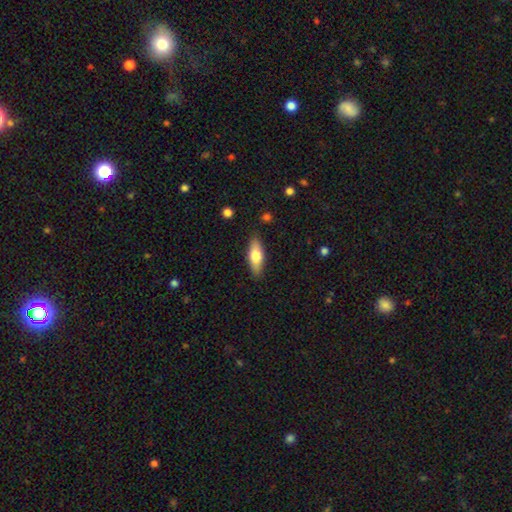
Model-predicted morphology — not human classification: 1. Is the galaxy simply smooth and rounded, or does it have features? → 67% smooth, 27% featured or disk, 6% star or artifact.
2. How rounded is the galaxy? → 66% in between, 32% cigar-shaped, 3% round.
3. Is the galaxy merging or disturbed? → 86% none, 11% minor disturbance, 2% major disturbance, 1% merger.